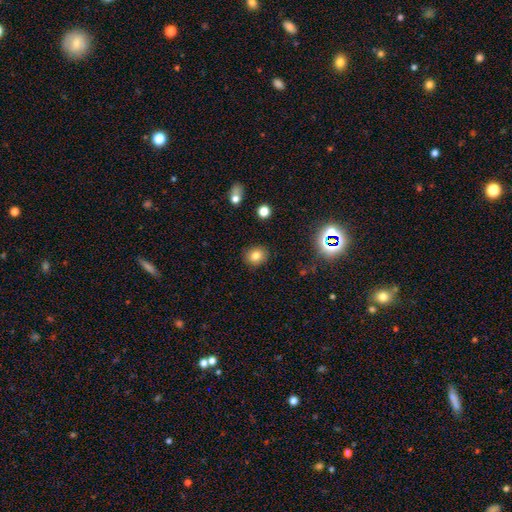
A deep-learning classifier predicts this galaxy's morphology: A smooth galaxy with no disk features (78%) that is round (71%). Merging: none (89%).